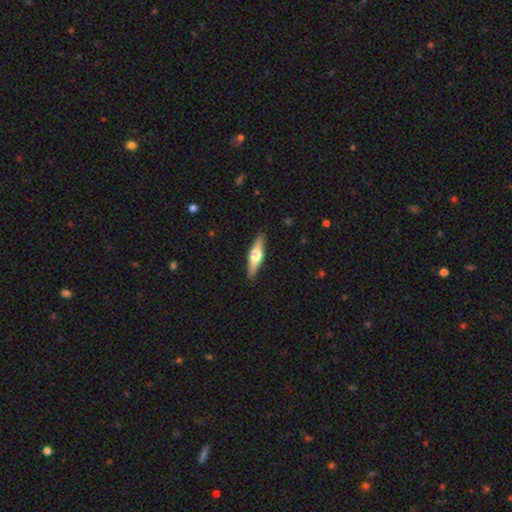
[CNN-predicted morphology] The model was most divided on "smooth or featured": featured or disk: 52%, smooth: 43%, star or artifact: 5%. More confident: edge-on disk — yes (94%); merging — none (90%).